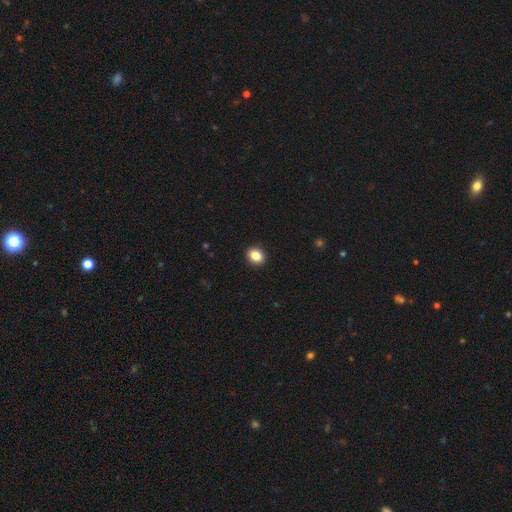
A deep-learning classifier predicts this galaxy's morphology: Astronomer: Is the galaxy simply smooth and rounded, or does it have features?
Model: smooth — 86%.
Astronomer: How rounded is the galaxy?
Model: round — 66%.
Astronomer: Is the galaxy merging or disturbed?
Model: none — 92%.